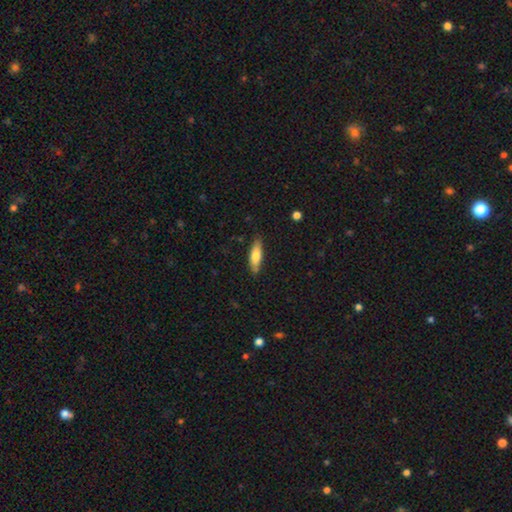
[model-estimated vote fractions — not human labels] Overall: smooth (71%). How rounded: cigar-shaped (55%; in between 43%). Merging: none (83%).